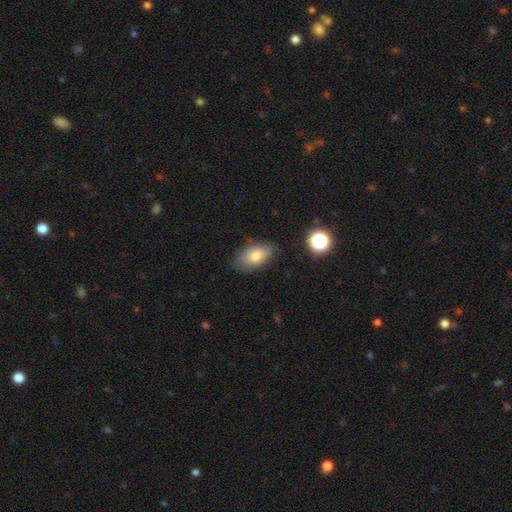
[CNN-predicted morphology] smooth 76%, featured or disk 15%, star or artifact 9%. Down the decision tree: how rounded — in between (90%); merging — none (74%).